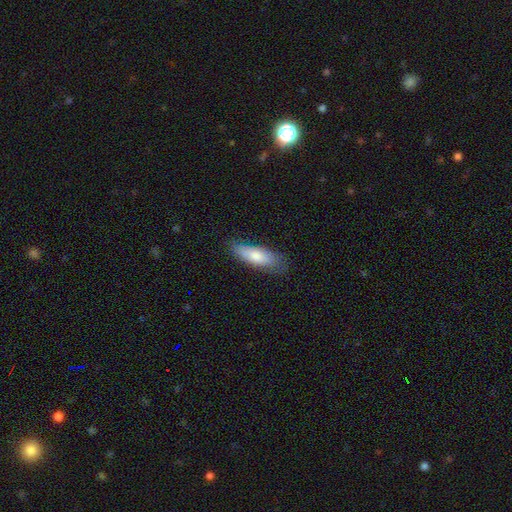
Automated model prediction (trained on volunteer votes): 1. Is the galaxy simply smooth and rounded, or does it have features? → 74% smooth, 19% featured or disk, 6% star or artifact.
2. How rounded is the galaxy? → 54% in between, 44% cigar-shaped, 2% round.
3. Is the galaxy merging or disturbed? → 74% none, 21% minor disturbance, 4% major disturbance, 1% merger.